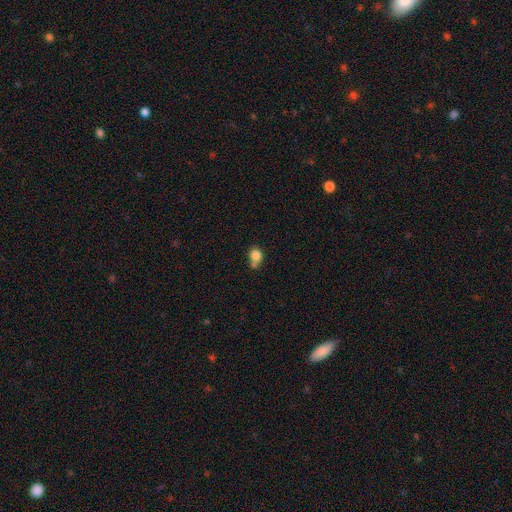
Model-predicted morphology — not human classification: Overall: smooth (82%). How rounded: round (64%; in between 35%). Merging: none (44%; merger 29%).